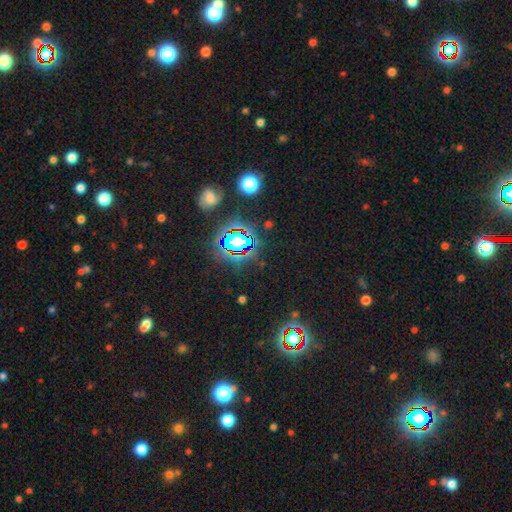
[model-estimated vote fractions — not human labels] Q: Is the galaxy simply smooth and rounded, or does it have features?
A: star or artifact — 80%.